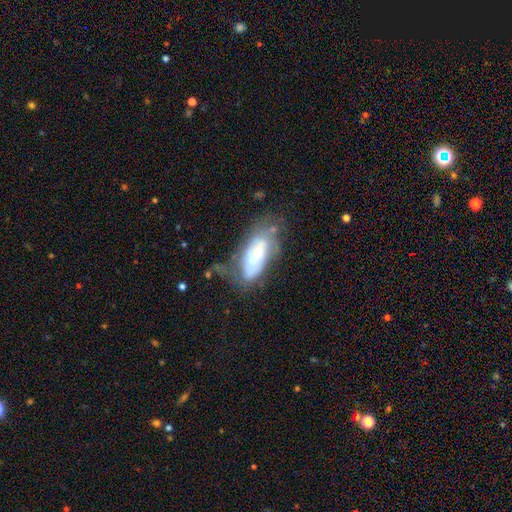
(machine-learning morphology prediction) Smooth or featured? featured or disk (58%)
Edge-on disk? no (90%)
Bar? no (78%)
Spiral arms? no (54%)
Bulge size? small (54%)
Merging? none (39%)